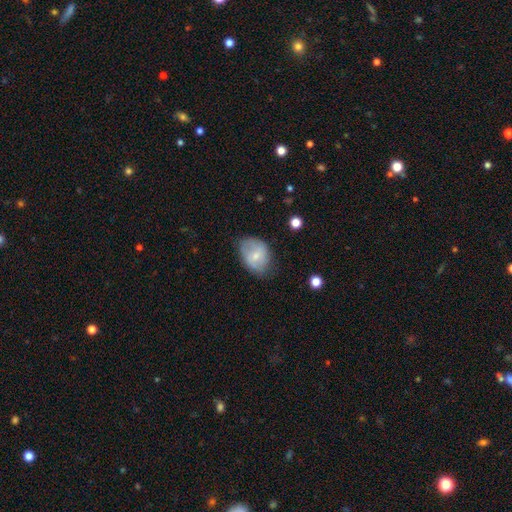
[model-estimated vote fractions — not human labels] Smooth or featured? smooth (57%)
How rounded? in between (68%)
Merging? none (63%)